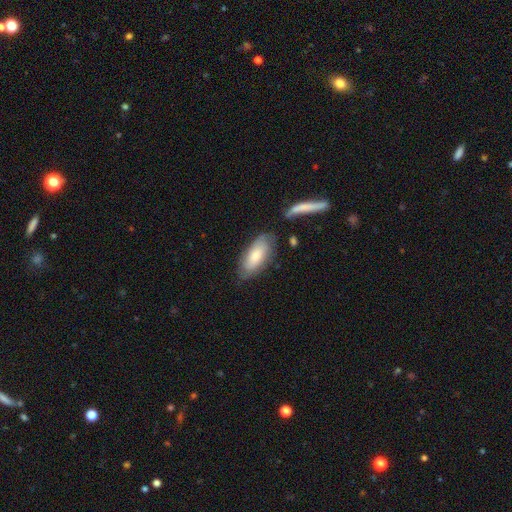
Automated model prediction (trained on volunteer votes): Smooth or featured? smooth (69%)
How rounded? in between (85%)
Merging? none (73%)